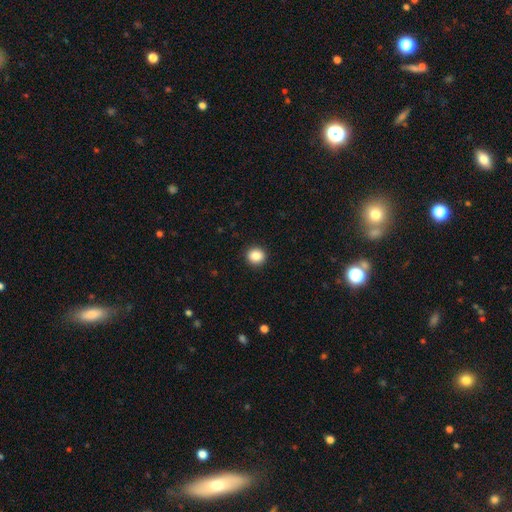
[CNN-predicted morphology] Overall: smooth (86%). How rounded: round (91%). Merging: none (93%).